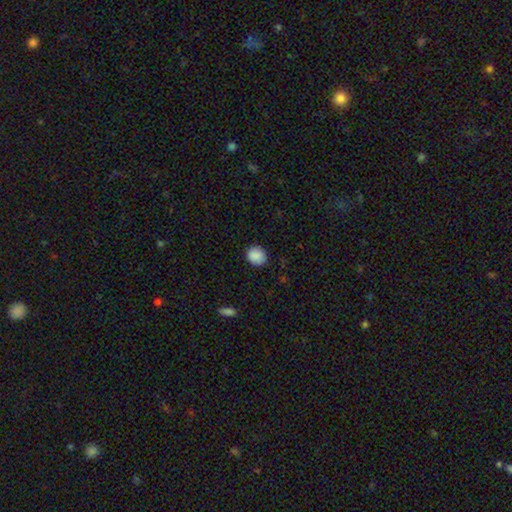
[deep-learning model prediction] A smooth galaxy with no disk features (89%) that is round (69%).

Vote fractions:
- Smooth or featured? smooth: 89% / star or artifact: 8% / featured or disk: 3%
- How rounded? round: 69% / in between: 30% / cigar-shaped: 1%
- Merging? none: 87% / minor disturbance: 10% / major disturbance: 2% / merger: 1%